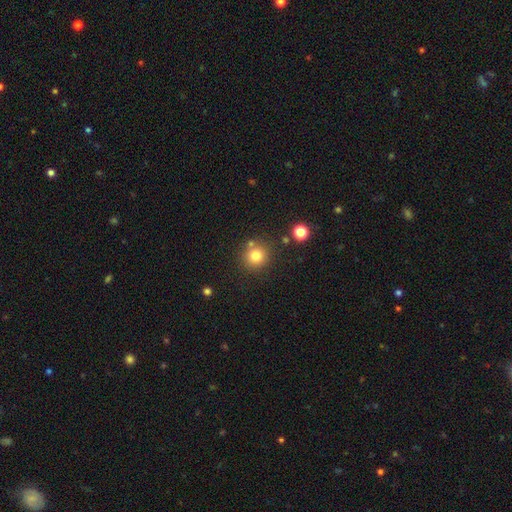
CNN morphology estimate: smooth 79%, star or artifact 13%, featured or disk 7%. Down the decision tree: how rounded — round (92%); merging — none (79%).